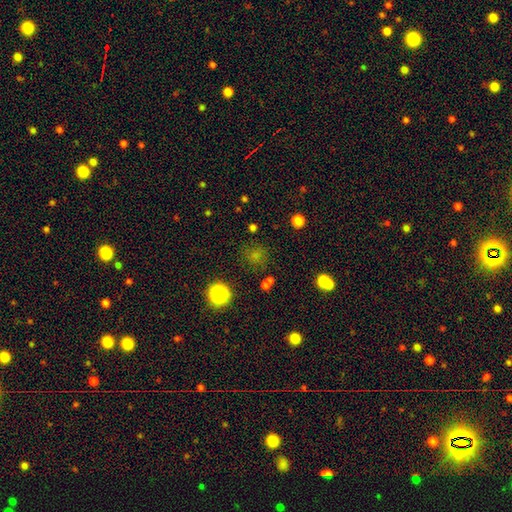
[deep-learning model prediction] smooth_or_featured: smooth (p=0.66) [alt: star or artifact p=0.27]
how_rounded: round (p=0.87) [alt: in between p=0.12]
merging: none (p=0.75) [alt: minor disturbance p=0.12]